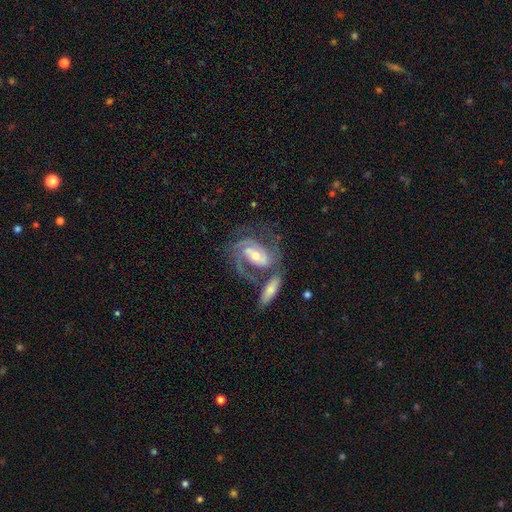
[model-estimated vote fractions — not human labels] A featured or disk galaxy (83%) with a weak bar (39%), 2 (64%) medium (45%) spiral arms (94%) and a moderate central bulge (54%).

Vote fractions:
- Smooth or featured? featured or disk: 83% / smooth: 11% / star or artifact: 5%
- Edge-on disk? no: 95% / yes: 5%
- Bar? weak: 39% / no: 33% / strong: 28%
- Spiral arms? yes: 94% / no: 6%
- Spiral winding? medium: 45% / tight: 41% / loose: 14%
- Spiral arm count? 2: 64% / can't tell: 14% / 3: 10% / 1: 7% / 4: 2% / more than 4: 2%
- Bulge size? moderate: 54% / small: 38% / large: 5% / none: 1% / dominant: 1%
- Merging? none: 41% / merger: 29% / major disturbance: 16% / minor disturbance: 15%